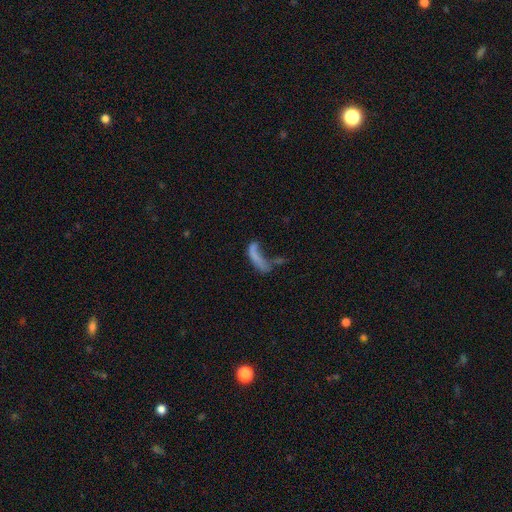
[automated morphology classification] A smooth galaxy with no disk features (51%) that is cigar-shaped (51%). Merging: major disturbance (39%).